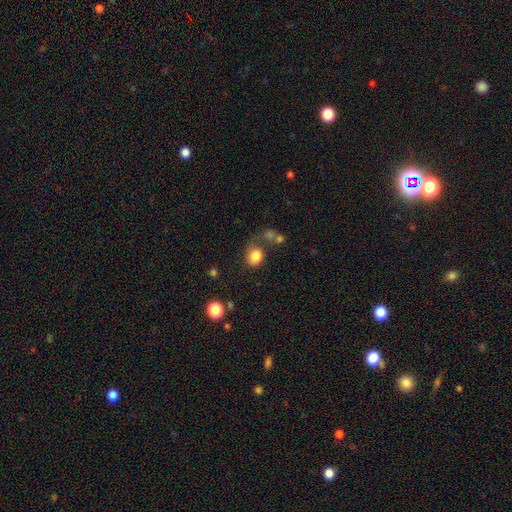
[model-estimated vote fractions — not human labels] smooth-or-featured: smooth: 83% | star or artifact: 10% | featured or disk: 8%
  how-rounded: round: 53% | in between: 46% | cigar-shaped: 1%
  merging: none: 55% | minor disturbance: 20% | merger: 14% | major disturbance: 12%